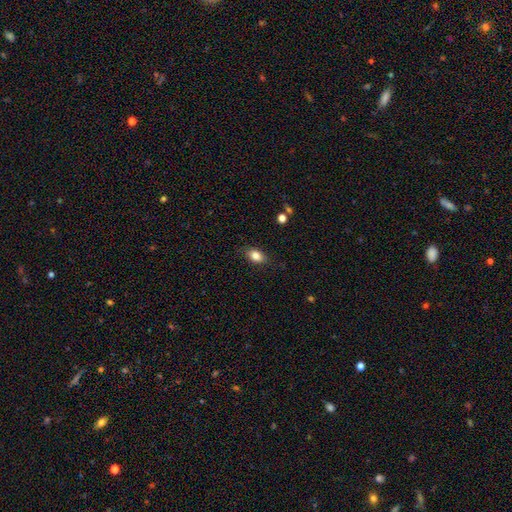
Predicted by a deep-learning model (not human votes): Q: Smooth or featured?
A: smooth (84%); runner-up: star or artifact (9%)
Q: How rounded?
A: in between (84%); runner-up: round (13%)
Q: Merging?
A: none (83%); runner-up: minor disturbance (13%)